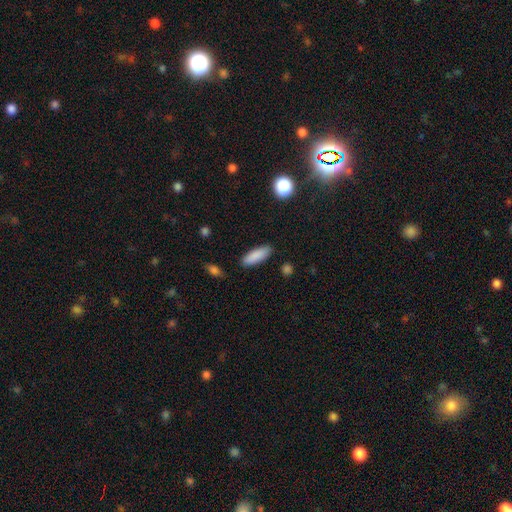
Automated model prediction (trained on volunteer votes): smooth_or_featured: smooth (p=0.88) [alt: star or artifact p=0.07]
how_rounded: in between (p=0.57) [alt: cigar-shaped p=0.41]
merging: none (p=0.87) [alt: minor disturbance p=0.09]